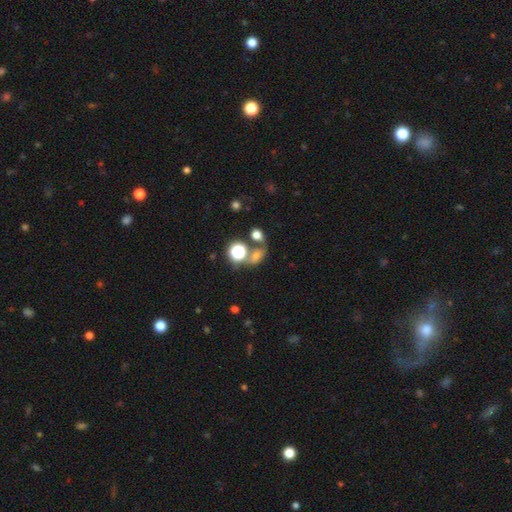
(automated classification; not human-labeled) Smooth or featured: smooth — 47% (star or artifact — 36%)
Merging: none — 47% (merger — 30%)